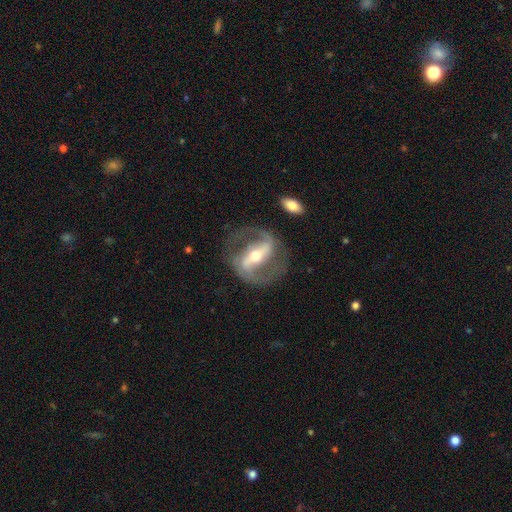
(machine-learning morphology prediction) Smooth or featured? featured or disk (89%)
Edge-on disk? no (95%)
Bar? strong (69%)
Spiral arms? yes (94%)
Spiral winding? medium (55%)
Spiral arm count? 2 (91%)
Bulge size? moderate (57%)
Merging? none (78%)